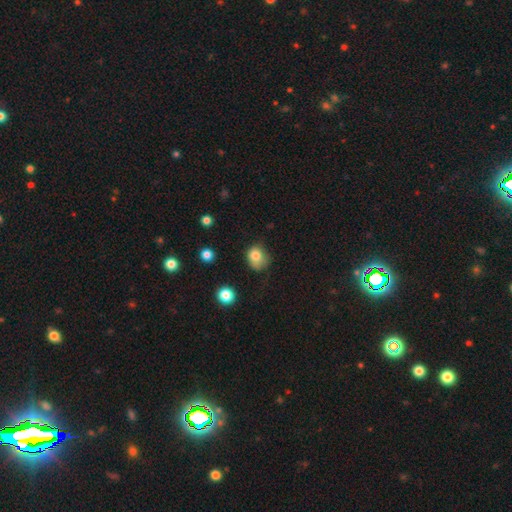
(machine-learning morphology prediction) smooth-or-featured: smooth: 80% | star or artifact: 11% | featured or disk: 9%
  how-rounded: round: 66% | in between: 33% | cigar-shaped: 1%
  merging: none: 48% | minor disturbance: 35% | major disturbance: 14% | merger: 3%